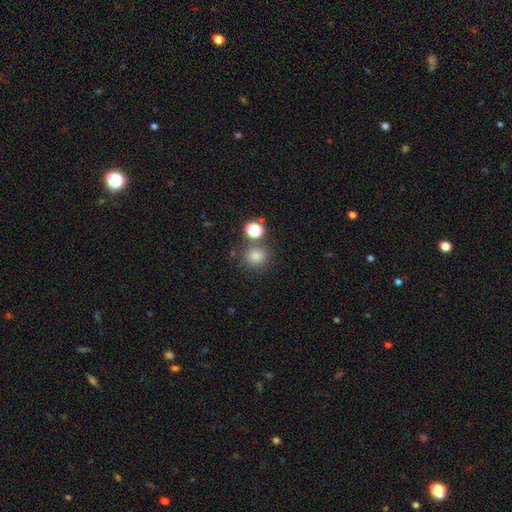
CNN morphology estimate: Smooth or featured? Predicted: smooth (p=0.78). How rounded? Predicted: round (p=0.89). Merging? Predicted: none (p=0.76).